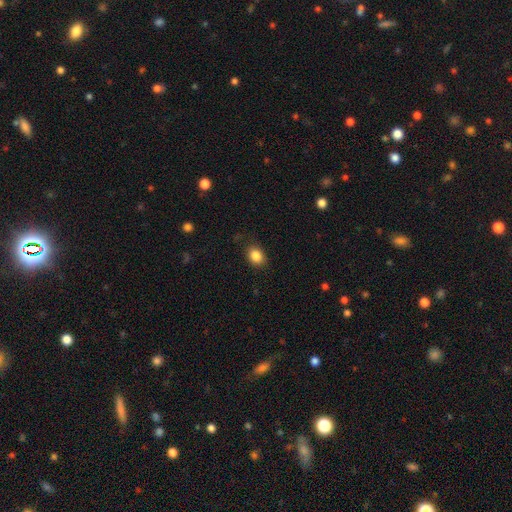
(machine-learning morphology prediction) type=smooth (86%); roundness=in between (61%); merging=none (84%).